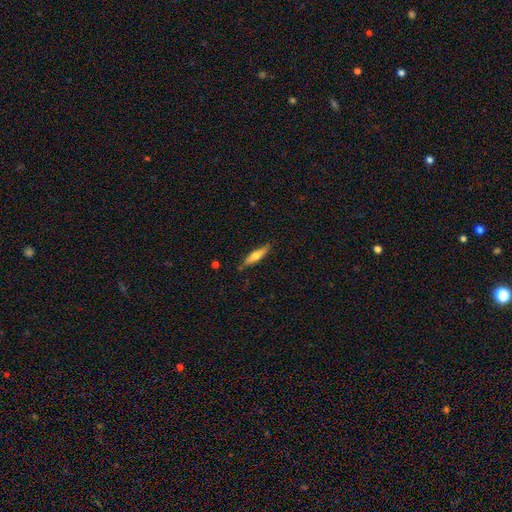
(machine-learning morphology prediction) Smooth or featured?
  - smooth: 53% *
  - featured or disk: 41%
  - star or artifact: 6%
How rounded?
  - cigar-shaped: 79% *
  - in between: 19%
  - round: 2%
Merging?
  - none: 83% *
  - minor disturbance: 13%
  - major disturbance: 2%
  - merger: 2%